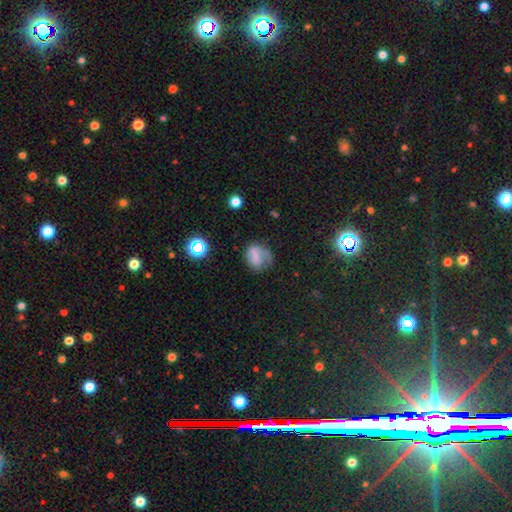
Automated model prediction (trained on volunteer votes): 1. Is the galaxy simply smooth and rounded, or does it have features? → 50% smooth, 37% featured or disk, 13% star or artifact.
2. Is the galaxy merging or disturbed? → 51% none, 25% minor disturbance, 22% major disturbance, 2% merger.